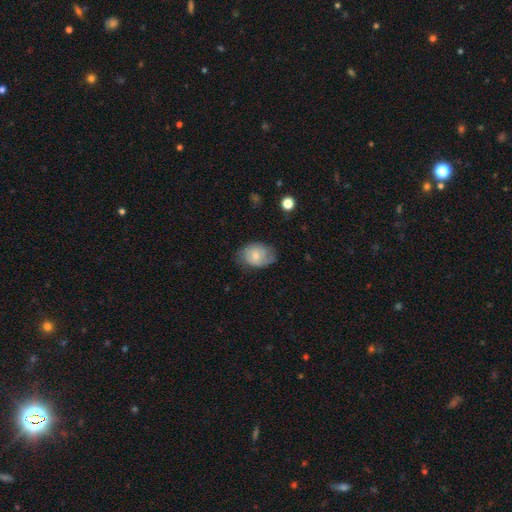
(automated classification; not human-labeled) smooth 54%, featured or disk 39%, star or artifact 7%. Down the decision tree: how rounded — in between (73%); merging — none (63%).